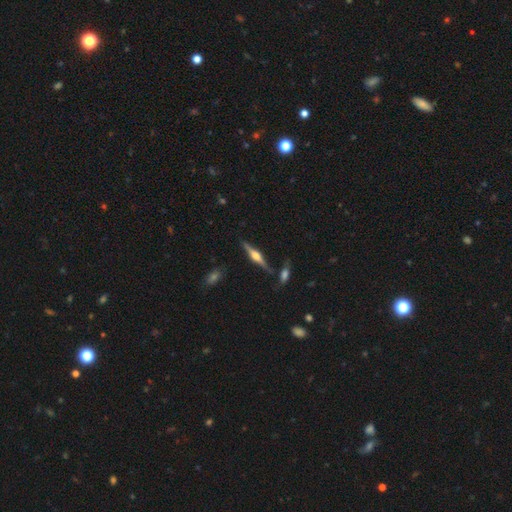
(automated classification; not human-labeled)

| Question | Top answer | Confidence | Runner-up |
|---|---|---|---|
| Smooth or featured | featured or disk | 79% | smooth (15%) |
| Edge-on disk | yes | 98% | no (2%) |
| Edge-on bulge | rounded | 92% | boxy (6%) |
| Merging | none | 83% | minor disturbance (9%) |